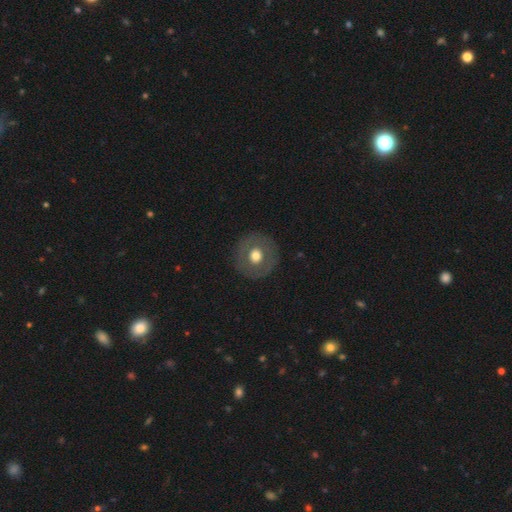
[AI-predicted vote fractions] smooth_or_featured: smooth (p=0.57) [alt: featured or disk p=0.36]
how_rounded: round (p=0.91) [alt: in between p=0.08]
merging: none (p=0.88) [alt: minor disturbance p=0.08]